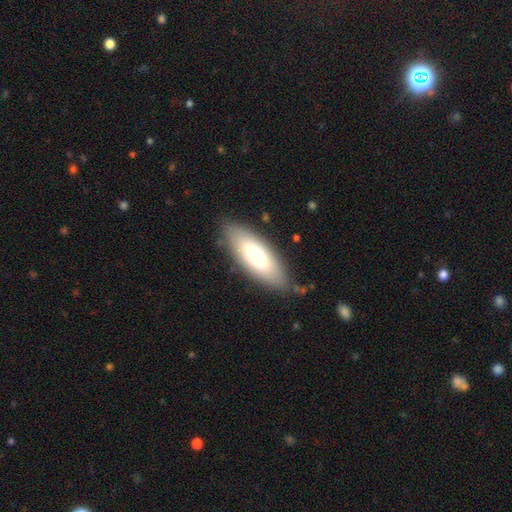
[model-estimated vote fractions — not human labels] A smooth galaxy with no disk features (72%) that is in between round and cigar-shaped (72%). Merging: none (81%).